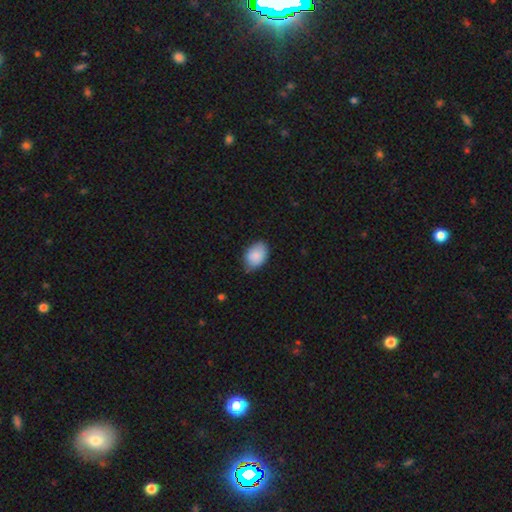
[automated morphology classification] Smooth or featured: smooth — 87% (star or artifact — 7%)
How rounded: in between — 78% (round — 21%)
Merging: none — 70% (minor disturbance — 25%)